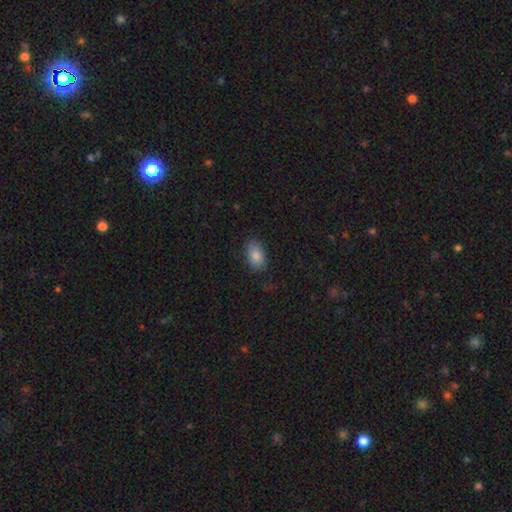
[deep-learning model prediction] Overall: smooth (84%). How rounded: in between (90%). Merging: none (79%).